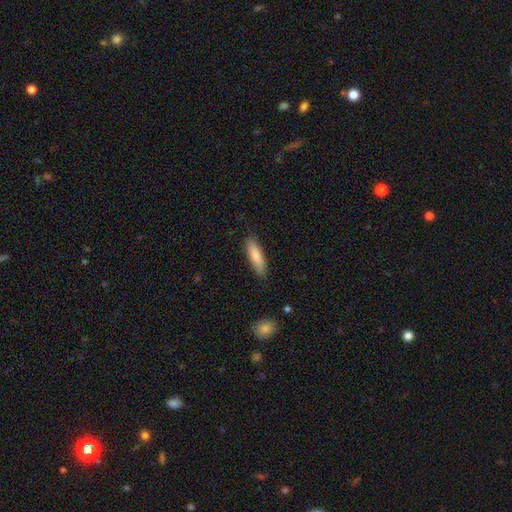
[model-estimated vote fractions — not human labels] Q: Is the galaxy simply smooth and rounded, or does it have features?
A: smooth — 79%.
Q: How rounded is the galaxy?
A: cigar-shaped — 67%.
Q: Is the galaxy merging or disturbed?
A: none — 84%.